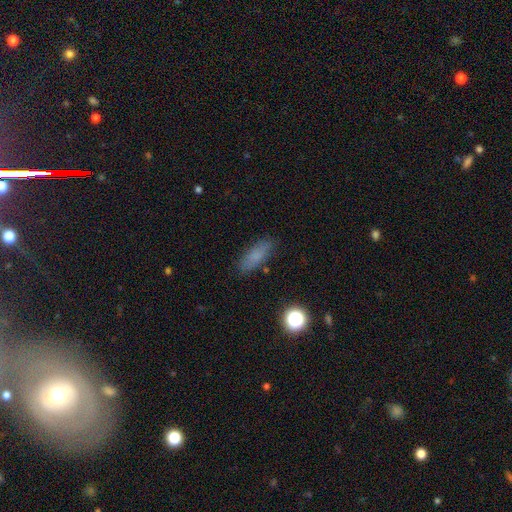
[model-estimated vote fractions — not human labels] smooth 77%, star or artifact 12%, featured or disk 11%. Down the decision tree: how rounded — in between (63%); merging — none (83%).